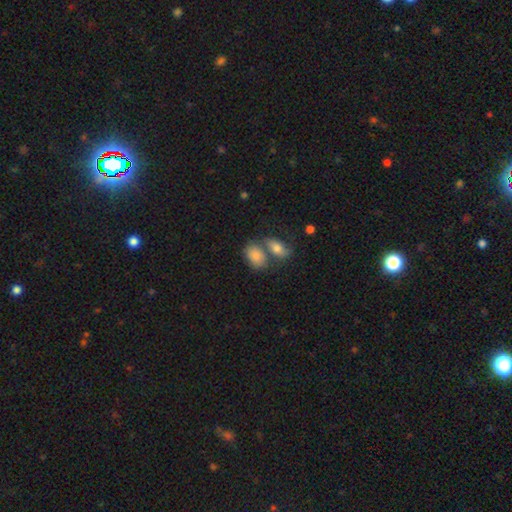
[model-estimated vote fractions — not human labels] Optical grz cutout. It shows a smooth galaxy with no disk features (83%) that is in between round and cigar-shaped (83%). Merging: merger (45%).